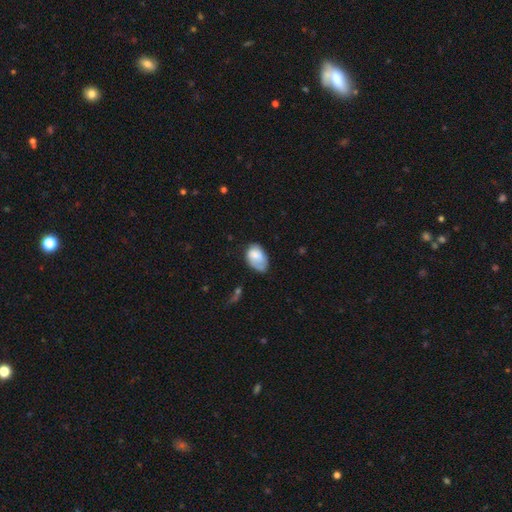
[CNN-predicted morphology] A smooth galaxy with no disk features (74%) that is in between round and cigar-shaped (88%).

Vote fractions:
- Smooth or featured? smooth: 74% / featured or disk: 19% / star or artifact: 7%
- How rounded? in between: 88% / round: 11% / cigar-shaped: 1%
- Merging? none: 46% / minor disturbance: 37% / major disturbance: 14% / merger: 3%